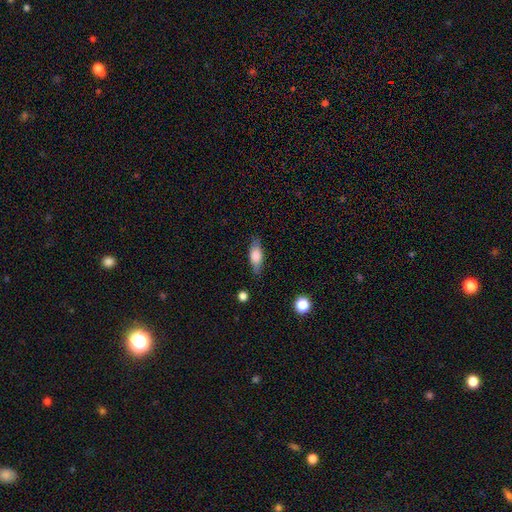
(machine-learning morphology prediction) The model was most divided on "how rounded": in between: 67%, cigar-shaped: 29%, round: 4%. More confident: merging — none (80%); smooth or featured — smooth (70%).